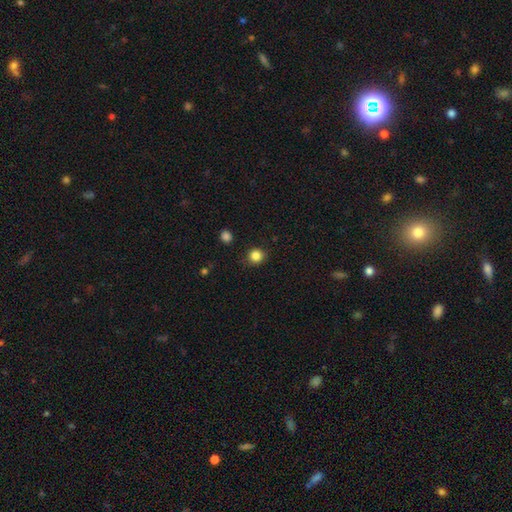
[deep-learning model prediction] Smooth or featured? smooth (84%)
How rounded? round (88%)
Merging? none (87%)